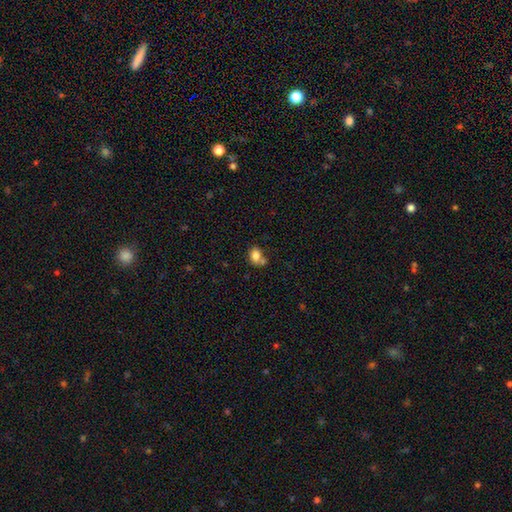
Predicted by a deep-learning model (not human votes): Overall: smooth (81%). How rounded: in between (61%; round 38%). Merging: none (47%; merger 29%).